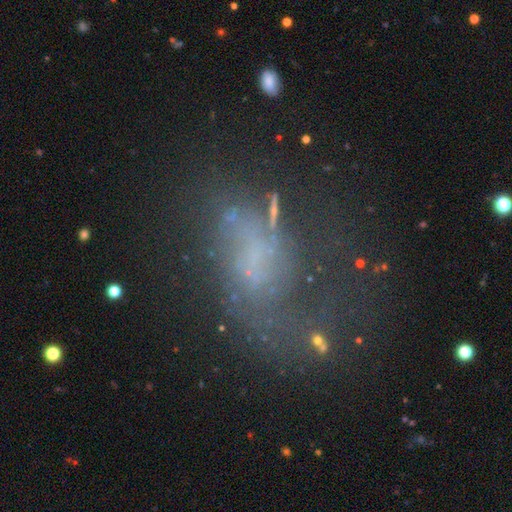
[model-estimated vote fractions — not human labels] featured or disk 53%, smooth 25%, star or artifact 22%. Down the decision tree: edge-on disk — no (94%); bar — no (74%); spiral arms — no (60%); bulge size — none (67%); merging — none (38%).